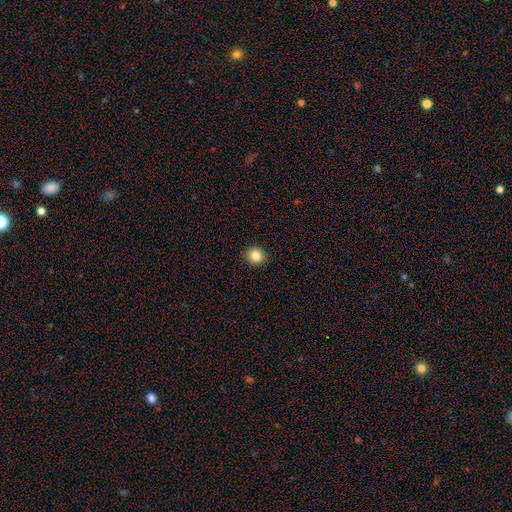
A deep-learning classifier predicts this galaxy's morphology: type=smooth (85%); roundness=round (72%); merging=none (89%).